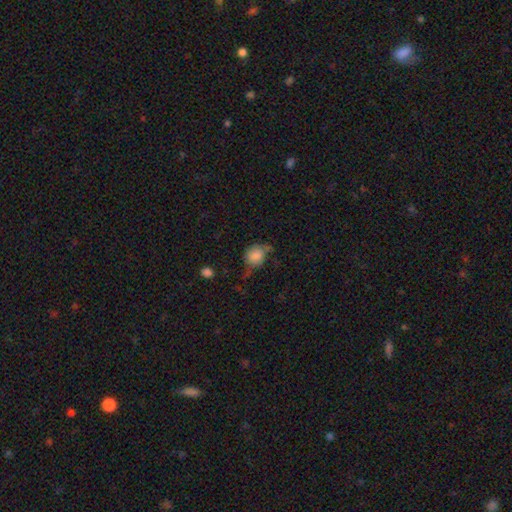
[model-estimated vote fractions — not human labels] Smooth or featured? Predicted: smooth (p=0.76). How rounded? Predicted: round (p=0.61). Merging? Predicted: none (p=0.38).